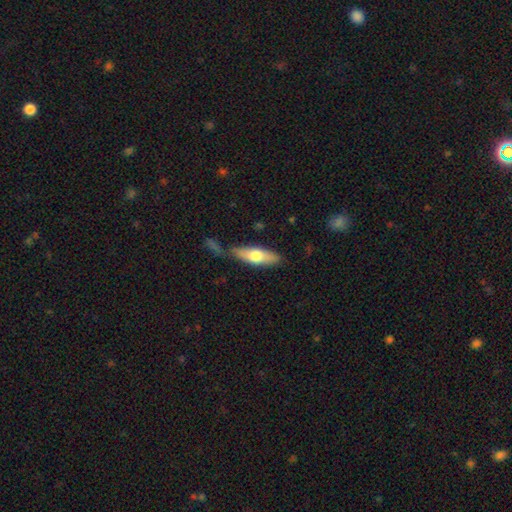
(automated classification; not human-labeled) Q: Smooth or featured?
A: smooth (64%); runner-up: featured or disk (31%)
Q: How rounded?
A: in between (54%); runner-up: cigar-shaped (44%)
Q: Merging?
A: none (62%); runner-up: minor disturbance (19%)